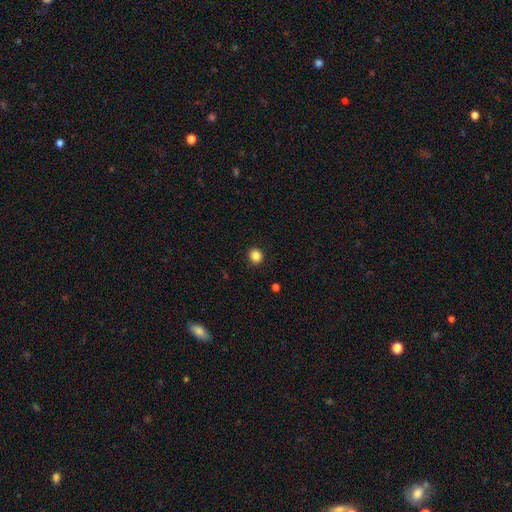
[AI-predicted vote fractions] This appears to be a smooth galaxy with no disk features (86%) that is round (86%). Merging: none (92%).